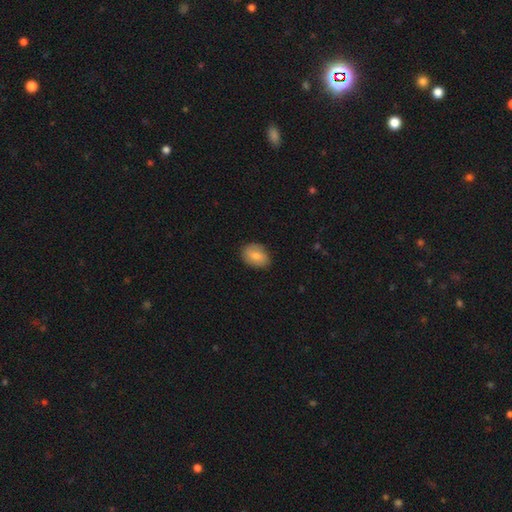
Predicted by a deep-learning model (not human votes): smooth-or-featured: smooth: 78% | featured or disk: 15% | star or artifact: 7%
  how-rounded: in between: 72% | round: 27% | cigar-shaped: 1%
  merging: none: 83% | minor disturbance: 14% | major disturbance: 3% | merger: 1%